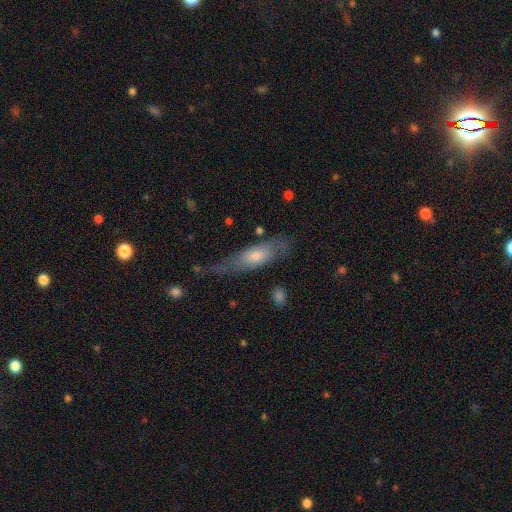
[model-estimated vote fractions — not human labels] This is possibly a smooth galaxy (48%). Merging: possibly none (55%).